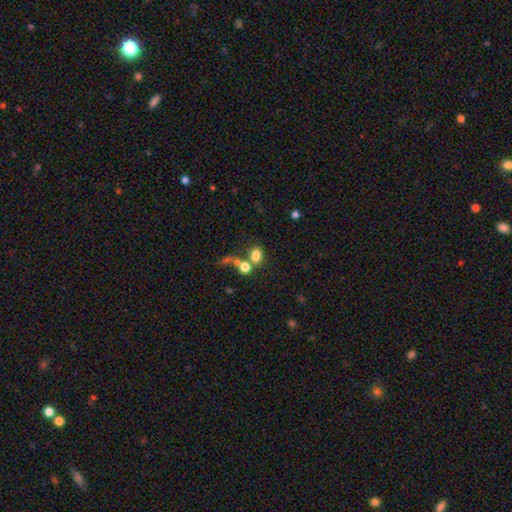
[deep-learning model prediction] Morphology: type=smooth (78%); roundness=in between (64%); merging=none (50%).